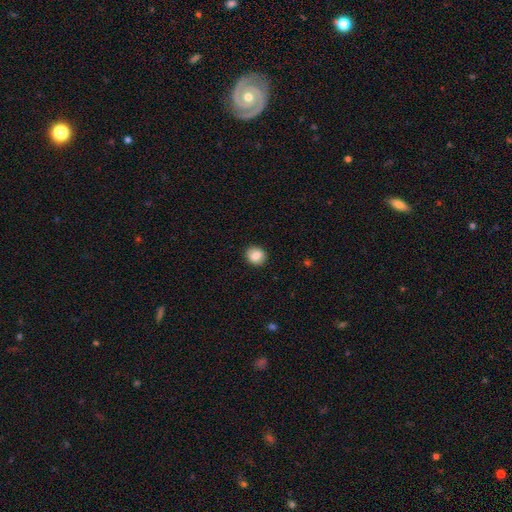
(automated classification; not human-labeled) Smooth or featured? Predicted: smooth (p=0.85). How rounded? Predicted: round (p=0.77). Merging? Predicted: none (p=0.88).